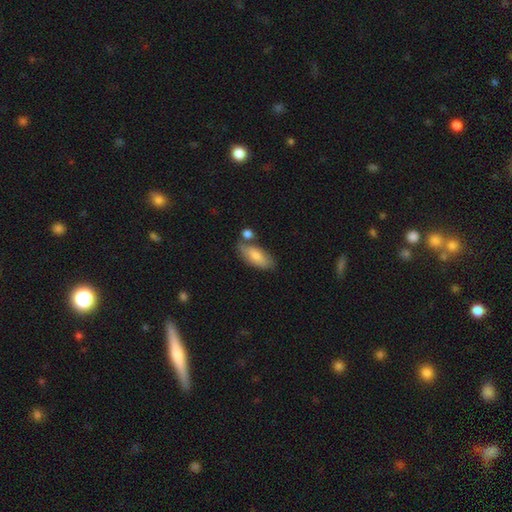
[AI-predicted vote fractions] Smooth or featured? Predicted: smooth (p=0.75). How rounded? Predicted: in between (p=0.82). Merging? Predicted: none (p=0.61).